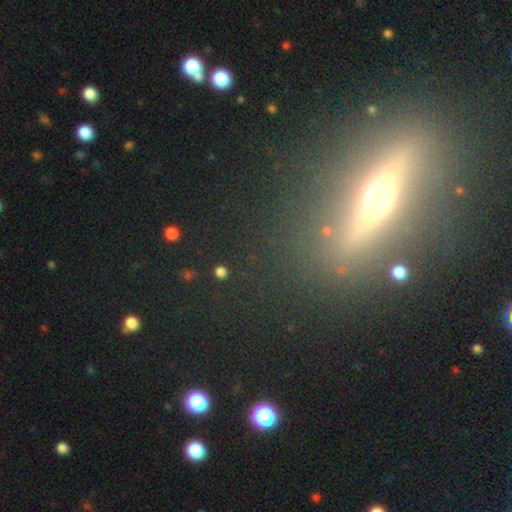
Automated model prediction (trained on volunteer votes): A featured or disk galaxy (53%) viewed edge-on (79%). Merging: none (84%).